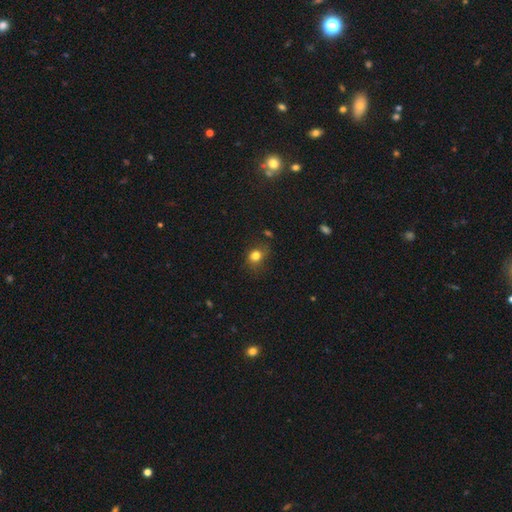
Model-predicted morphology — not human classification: Smooth or featured: smooth — 78% (star or artifact — 14%)
How rounded: round — 60% (in between — 39%)
Merging: none — 66% (minor disturbance — 23%)